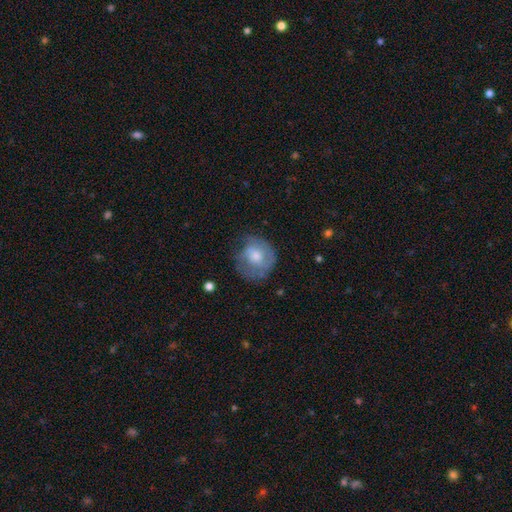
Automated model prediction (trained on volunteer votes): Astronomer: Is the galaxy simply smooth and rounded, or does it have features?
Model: smooth — 49% (runner-up: featured or disk, 44%).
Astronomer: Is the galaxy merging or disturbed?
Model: none — 55%.